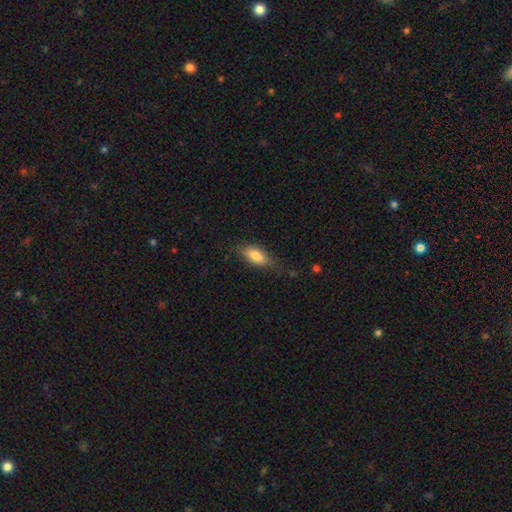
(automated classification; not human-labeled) Q: Smooth or featured?
A: smooth (81%); runner-up: featured or disk (12%)
Q: How rounded?
A: in between (85%); runner-up: cigar-shaped (12%)
Q: Merging?
A: none (68%); runner-up: minor disturbance (23%)